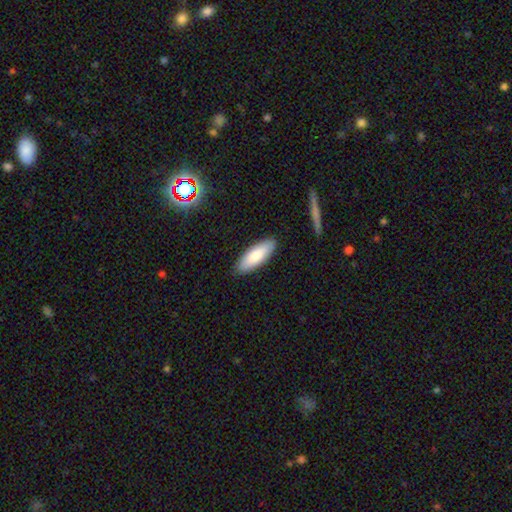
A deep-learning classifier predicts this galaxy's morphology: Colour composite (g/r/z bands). It shows a smooth galaxy with no disk features (82%) that is in between round and cigar-shaped (69%). Merging: none (88%).